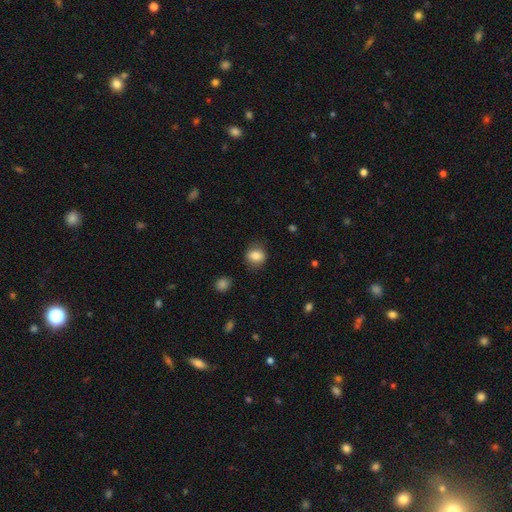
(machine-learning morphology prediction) smooth 83%, star or artifact 9%, featured or disk 8%. Down the decision tree: how rounded — round (60%); merging — none (81%).